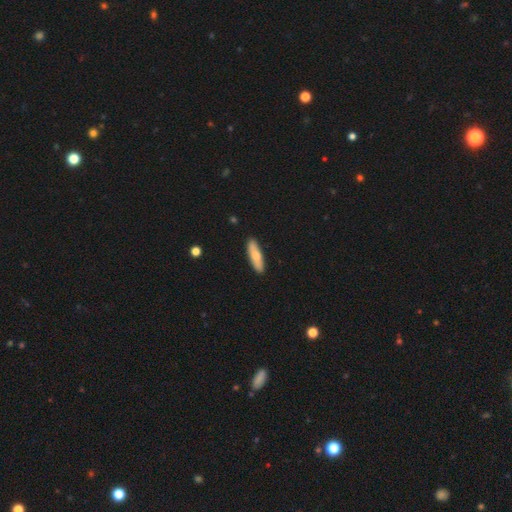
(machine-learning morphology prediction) A smooth galaxy with no disk features (67%) that is cigar-shaped (64%). Merging: none (89%).